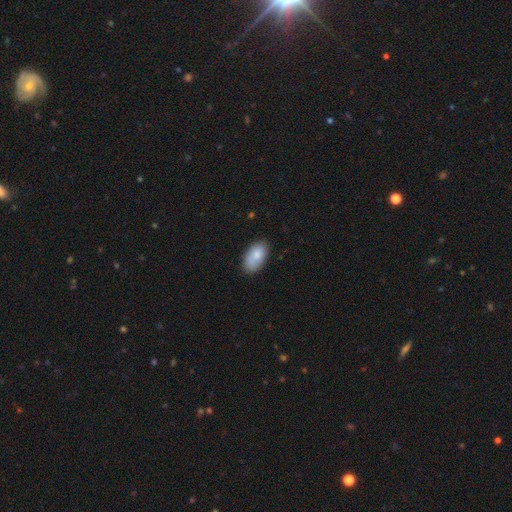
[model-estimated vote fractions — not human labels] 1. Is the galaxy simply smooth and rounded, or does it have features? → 82% smooth, 11% featured or disk, 7% star or artifact.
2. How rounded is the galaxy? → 94% in between, 4% round, 2% cigar-shaped.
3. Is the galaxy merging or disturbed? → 71% none, 22% minor disturbance, 4% major disturbance, 3% merger.